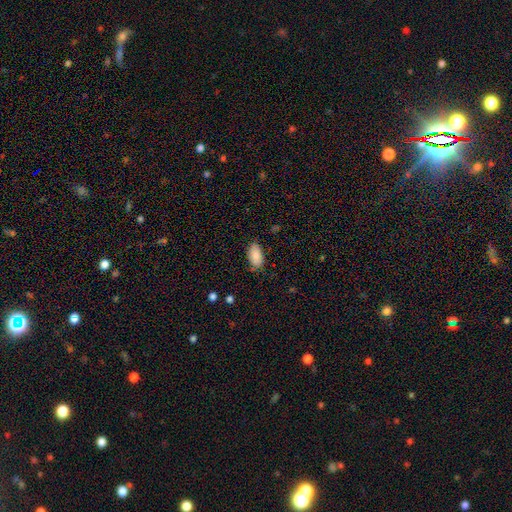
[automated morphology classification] Q: Smooth or featured?
A: smooth (86%); runner-up: featured or disk (8%)
Q: How rounded?
A: in between (94%); runner-up: round (3%)
Q: Merging?
A: none (78%); runner-up: minor disturbance (17%)